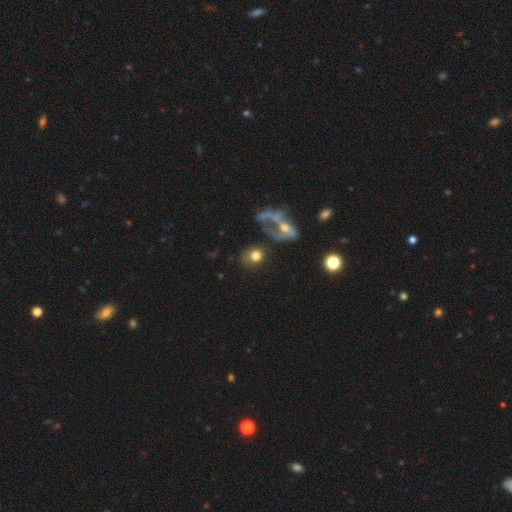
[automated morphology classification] Smooth or featured? Predicted: smooth (p=0.71). How rounded? Predicted: round (p=0.68). Merging? Predicted: none (p=0.47).